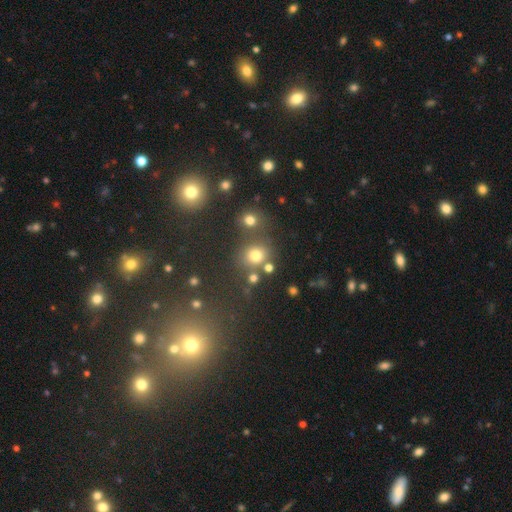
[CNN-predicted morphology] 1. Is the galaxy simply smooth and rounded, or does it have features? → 73% smooth, 19% star or artifact, 8% featured or disk.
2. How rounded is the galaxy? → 82% round, 17% in between, 1% cigar-shaped.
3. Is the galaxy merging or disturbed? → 66% none, 19% merger, 10% minor disturbance, 5% major disturbance.